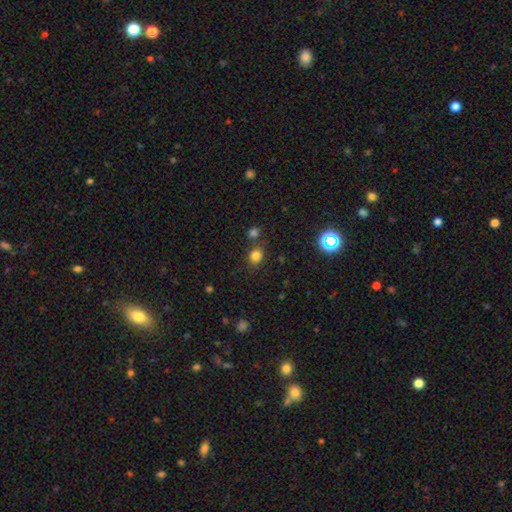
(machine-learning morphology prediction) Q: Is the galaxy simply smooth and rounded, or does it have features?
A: smooth — 78%.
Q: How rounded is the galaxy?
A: round — 72%.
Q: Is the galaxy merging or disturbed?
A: none — 74%.